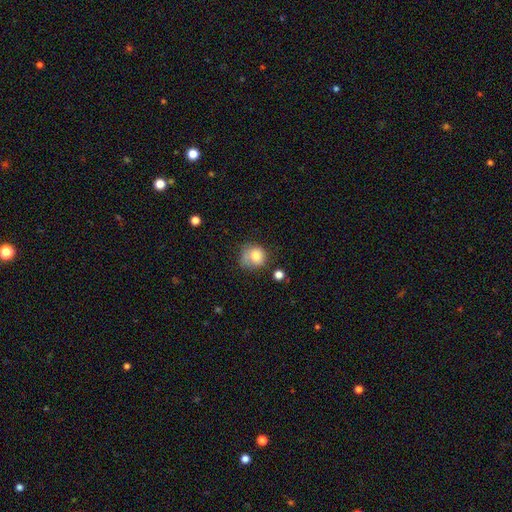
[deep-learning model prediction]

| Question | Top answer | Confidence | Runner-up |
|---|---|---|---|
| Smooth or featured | smooth | 77% | featured or disk (13%) |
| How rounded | round | 74% | in between (26%) |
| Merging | none | 42% | minor disturbance (30%) |